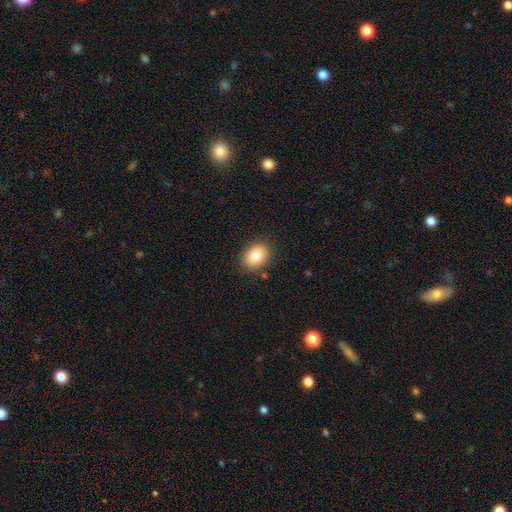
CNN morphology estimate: Q: Smooth or featured?
A: smooth (83%); runner-up: featured or disk (9%)
Q: How rounded?
A: in between (68%); runner-up: round (31%)
Q: Merging?
A: none (86%); runner-up: minor disturbance (10%)